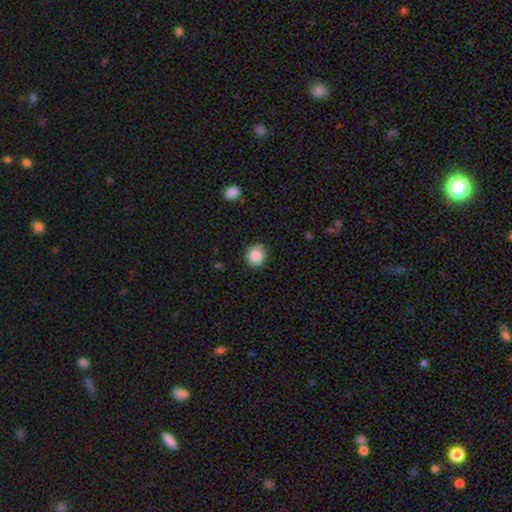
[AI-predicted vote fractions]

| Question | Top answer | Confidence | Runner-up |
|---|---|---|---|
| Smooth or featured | smooth | 85% | star or artifact (8%) |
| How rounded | round | 71% | in between (28%) |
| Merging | none | 76% | minor disturbance (19%) |